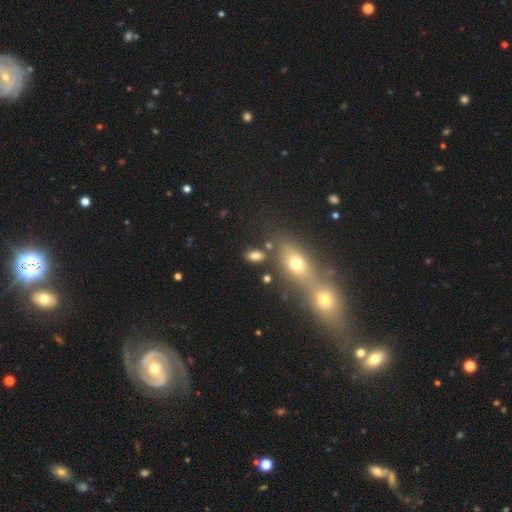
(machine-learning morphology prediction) smooth 77%, featured or disk 12%, star or artifact 11%. Down the decision tree: how rounded — in between (85%); merging — none (73%).